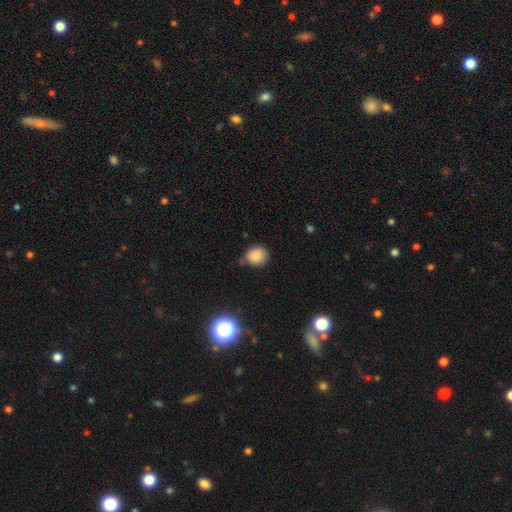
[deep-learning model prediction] Morphology: type=smooth (84%); roundness=round (76%); merging=none (67%).